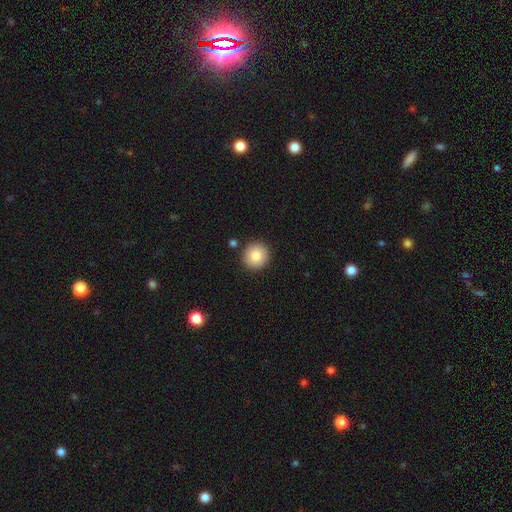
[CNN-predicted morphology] Smooth or featured?
  - smooth: 82% *
  - featured or disk: 9%
  - star or artifact: 9%
How rounded?
  - round: 94% *
  - in between: 5%
  - cigar-shaped: 1%
Merging?
  - none: 89% *
  - minor disturbance: 6%
  - merger: 3%
  - major disturbance: 2%